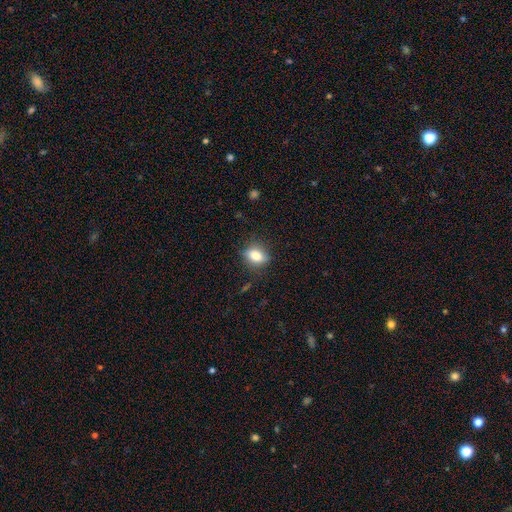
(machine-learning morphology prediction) smooth-or-featured: smooth: 80% | featured or disk: 11% | star or artifact: 9%
  how-rounded: in between: 66% | round: 30% | cigar-shaped: 3%
  merging: none: 81% | minor disturbance: 14% | major disturbance: 4% | merger: 1%